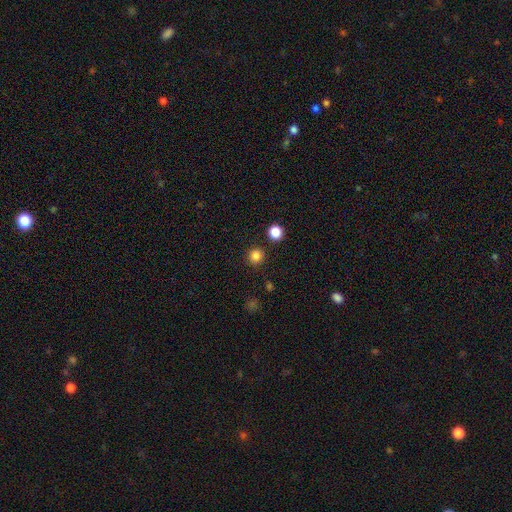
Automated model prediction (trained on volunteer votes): This is clearly a smooth galaxy (83%). How rounded: clearly round (93%). Merging: clearly none (89%).